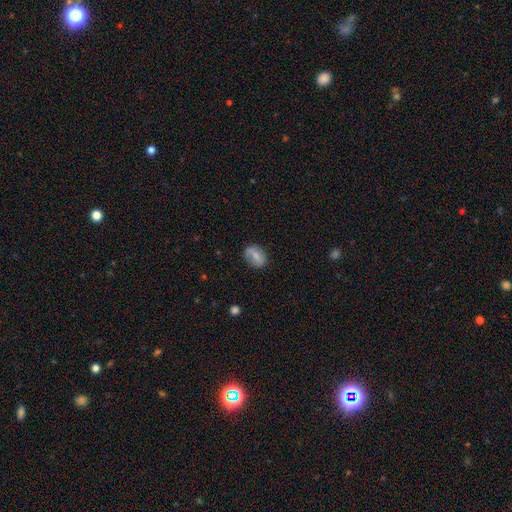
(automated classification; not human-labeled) Morphology: type=smooth (63%); roundness=in between (70%); merging=none (72%).